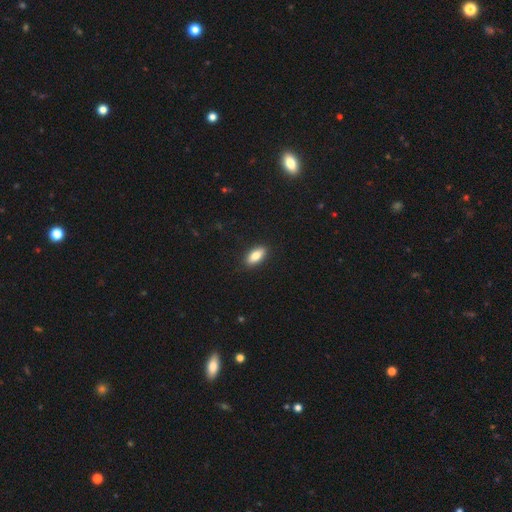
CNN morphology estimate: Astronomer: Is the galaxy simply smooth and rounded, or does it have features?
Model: smooth — 81%.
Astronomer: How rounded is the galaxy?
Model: in between — 82%.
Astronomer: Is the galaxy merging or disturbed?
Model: none — 89%.